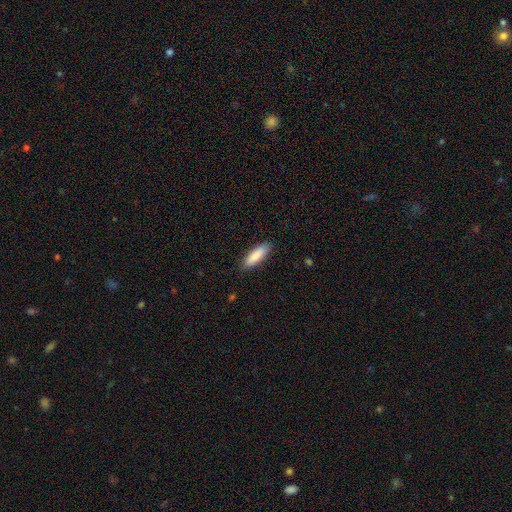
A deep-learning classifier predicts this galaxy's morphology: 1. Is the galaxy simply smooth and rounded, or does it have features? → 86% smooth, 8% featured or disk, 6% star or artifact.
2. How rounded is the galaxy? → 51% cigar-shaped, 48% in between, 1% round.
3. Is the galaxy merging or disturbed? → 86% none, 11% minor disturbance, 2% major disturbance, 1% merger.